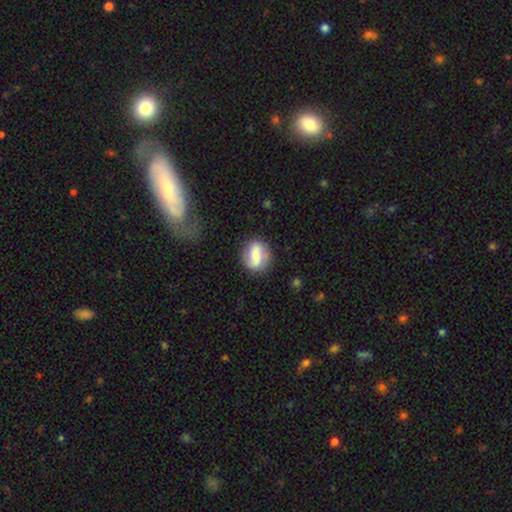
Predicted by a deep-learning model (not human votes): A smooth galaxy with no disk features (51%) that is round (61%).

Vote fractions:
- Smooth or featured? smooth: 51% / featured or disk: 42% / star or artifact: 7%
- How rounded? round: 61% / in between: 37% / cigar-shaped: 2%
- Merging? none: 77% / minor disturbance: 15% / major disturbance: 5% / merger: 3%